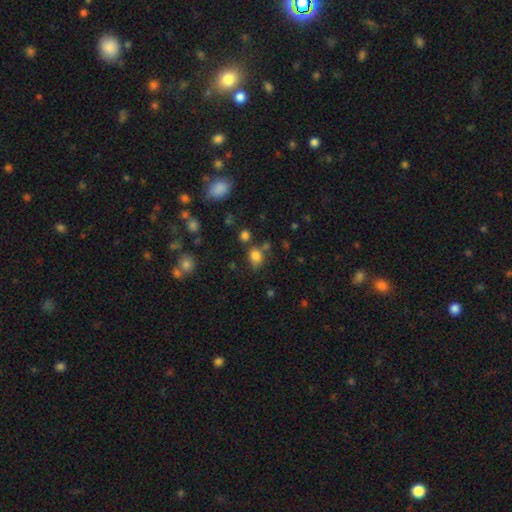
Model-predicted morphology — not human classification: This appears to be a smooth galaxy with no disk features (80%) that is in between round and cigar-shaped (70%). Merging: none (58%).